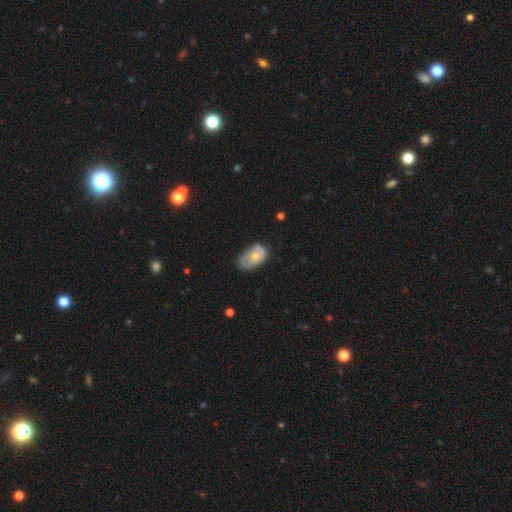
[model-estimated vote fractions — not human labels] smooth-or-featured: smooth: 52% | featured or disk: 40% | star or artifact: 7%
  how-rounded: in between: 88% | round: 11% | cigar-shaped: 2%
  merging: none: 39% (tied) | minor disturbance: 39% (tied) | major disturbance: 18% | merger: 3%